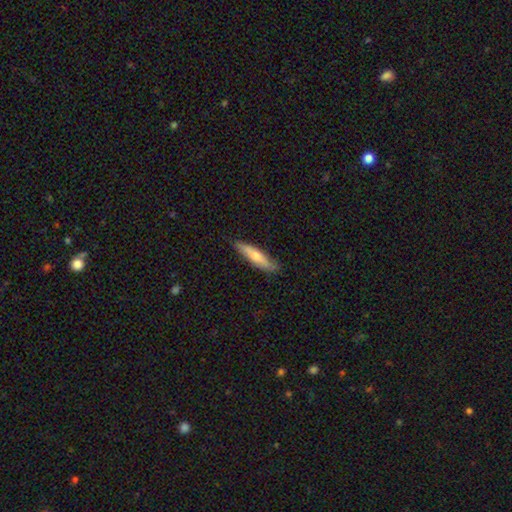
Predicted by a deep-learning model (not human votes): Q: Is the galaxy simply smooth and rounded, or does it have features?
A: smooth — 58%.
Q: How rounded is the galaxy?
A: cigar-shaped — 80%.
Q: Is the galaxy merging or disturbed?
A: none — 84%.